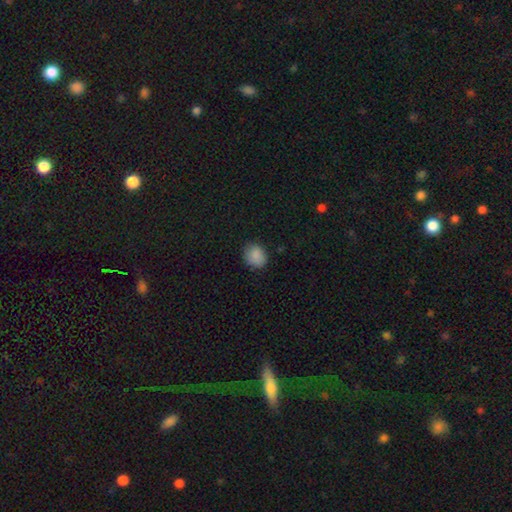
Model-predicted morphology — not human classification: smooth 87%, star or artifact 9%, featured or disk 4%. Down the decision tree: how rounded — round (63%); merging — none (83%).